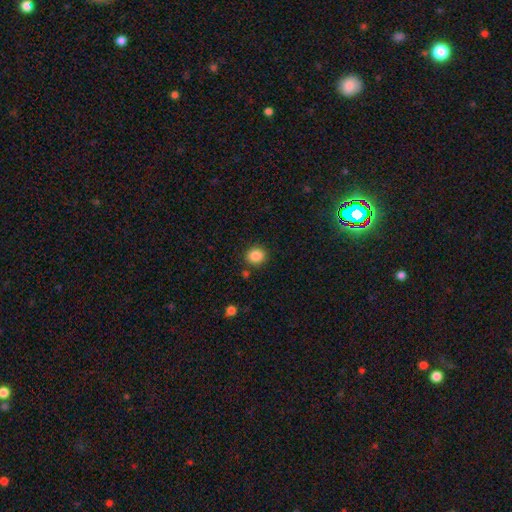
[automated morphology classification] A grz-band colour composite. It shows a smooth galaxy with no disk features (87%) that is round (77%). Merging: none (86%).